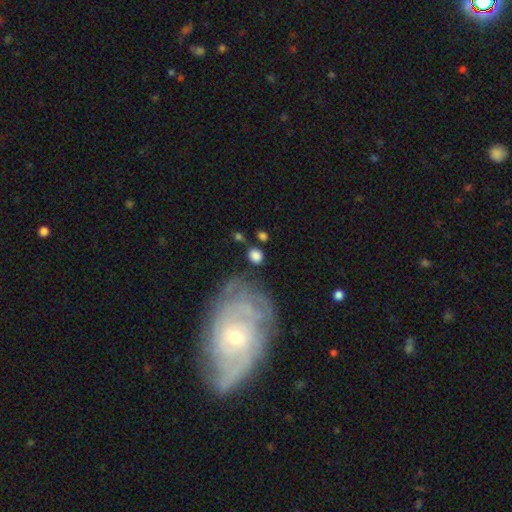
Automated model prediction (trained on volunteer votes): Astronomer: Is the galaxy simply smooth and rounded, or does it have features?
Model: smooth — 79%.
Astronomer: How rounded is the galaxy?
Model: round — 72%.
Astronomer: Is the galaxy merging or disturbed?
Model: none — 74%.